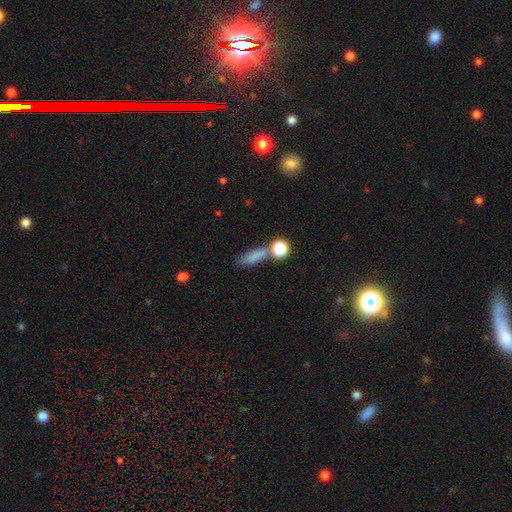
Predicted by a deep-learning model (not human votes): Morphology: type=smooth (77%); roundness=in between (45%); merging=none (56%).